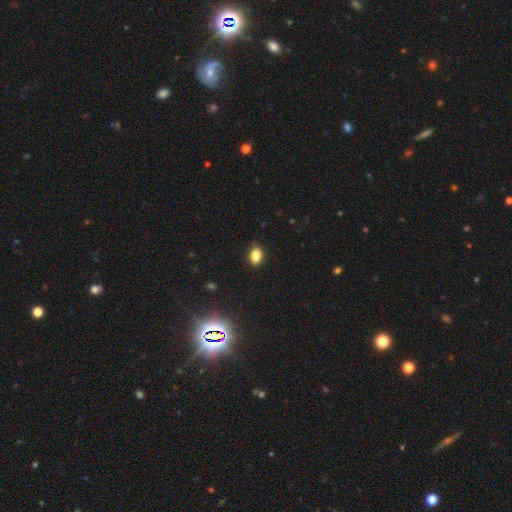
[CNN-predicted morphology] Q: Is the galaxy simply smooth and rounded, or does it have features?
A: smooth — 85%.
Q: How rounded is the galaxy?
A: in between — 74%.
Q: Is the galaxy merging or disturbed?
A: none — 85%.